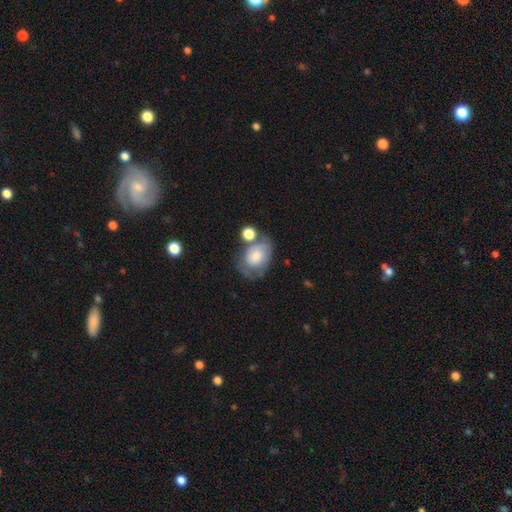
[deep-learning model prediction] This appears to be a smooth galaxy with no disk features (66%) that is in between round and cigar-shaped (67%). Merging: none (40%).